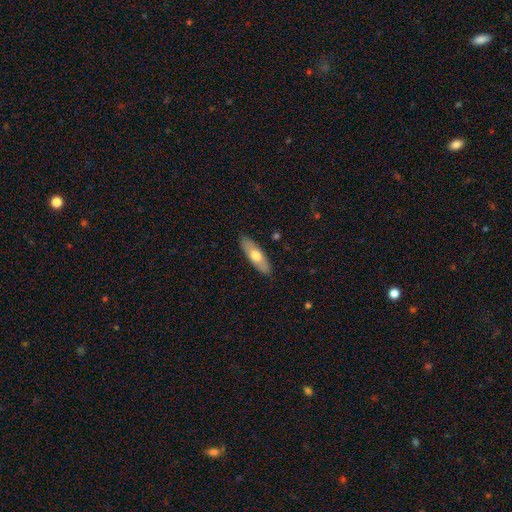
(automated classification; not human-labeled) A smooth galaxy with no disk features (62%) that is in between round and cigar-shaped (58%). Merging: none (87%).